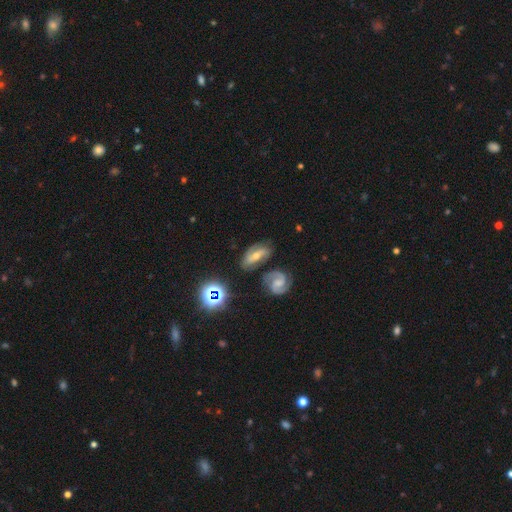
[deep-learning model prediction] A featured or disk galaxy (69%) with a weak bar (40%), 2 (83%) medium (49%) spiral arms (92%) and a moderate central bulge (49%). Merging: none (69%).